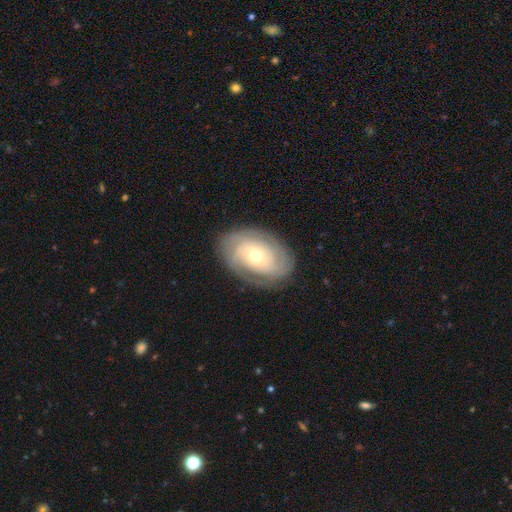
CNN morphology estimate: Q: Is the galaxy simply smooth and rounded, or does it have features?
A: featured or disk — 70%.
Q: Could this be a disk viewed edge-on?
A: no — 95%.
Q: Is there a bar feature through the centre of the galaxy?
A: no — 78%.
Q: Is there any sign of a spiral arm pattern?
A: yes — 83%.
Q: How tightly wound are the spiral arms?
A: tight — 68%.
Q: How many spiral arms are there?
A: can't tell — 42%.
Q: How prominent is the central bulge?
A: small — 52%.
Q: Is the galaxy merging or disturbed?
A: none — 80%.